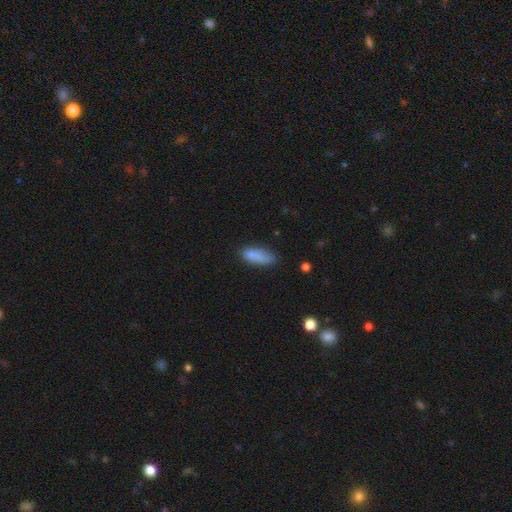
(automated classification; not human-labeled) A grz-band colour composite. It shows a smooth galaxy with no disk features (81%) that is in between round and cigar-shaped (65%). Merging: none (61%).